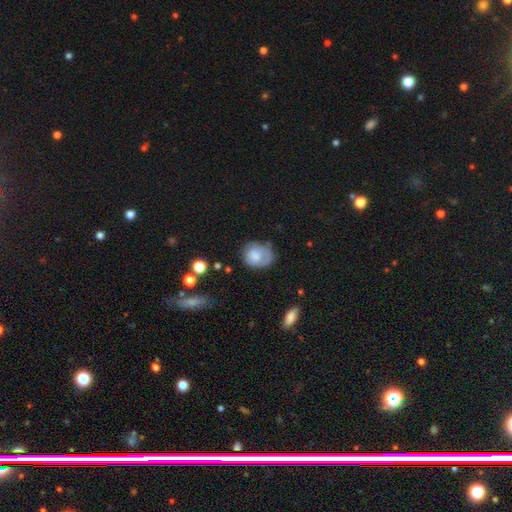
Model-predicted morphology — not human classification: Overall: smooth (66%). How rounded: round (54%; in between 45%). Merging: none (51%; minor disturbance 30%).